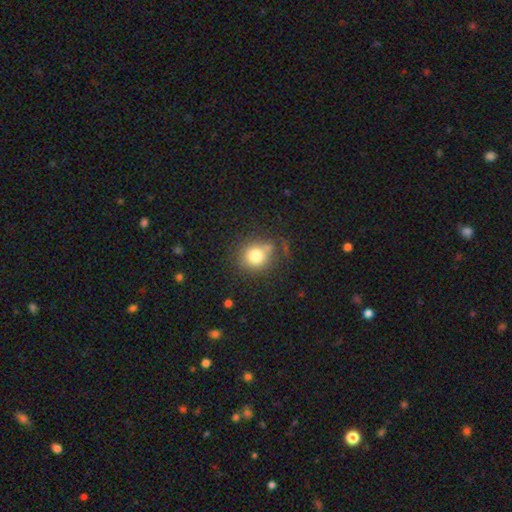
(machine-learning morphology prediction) smooth-or-featured: smooth: 78% | star or artifact: 12% | featured or disk: 10%
  how-rounded: round: 86% | in between: 13% | cigar-shaped: 1%
  merging: none: 69% | minor disturbance: 16% | merger: 9% | major disturbance: 6%